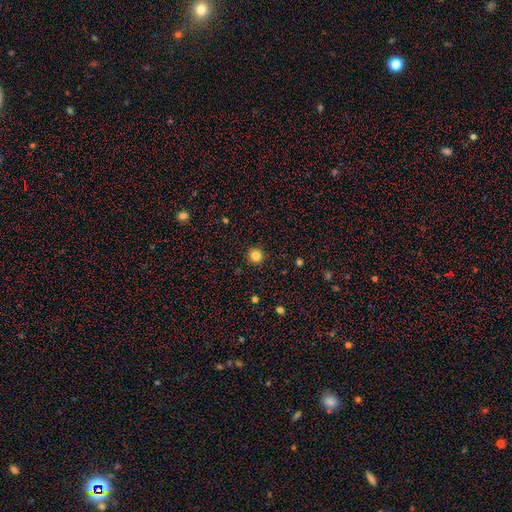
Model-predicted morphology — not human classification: A smooth galaxy with no disk features (84%) that is round (94%).

Vote fractions:
- Smooth or featured? smooth: 84% / star or artifact: 12% / featured or disk: 4%
- How rounded? round: 94% / in between: 5% / cigar-shaped: 1%
- Merging? none: 93% / minor disturbance: 5% / major disturbance: 2% / merger: 1%